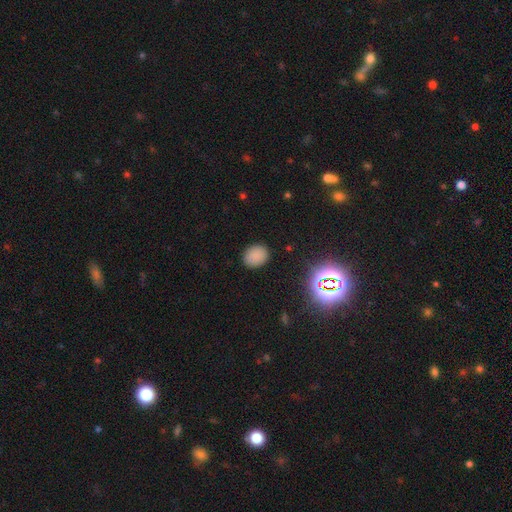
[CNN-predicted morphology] smooth 82%, star or artifact 13%, featured or disk 4%. Down the decision tree: how rounded — round (50%); merging — none (87%).